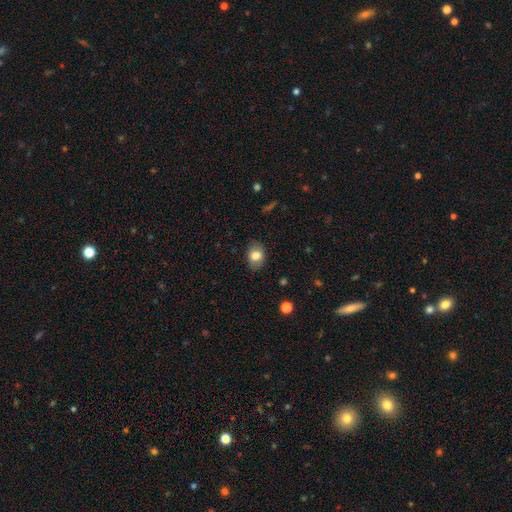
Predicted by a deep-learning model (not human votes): smooth 79%, featured or disk 13%, star or artifact 9%. Down the decision tree: how rounded — in between (67%); merging — none (81%).